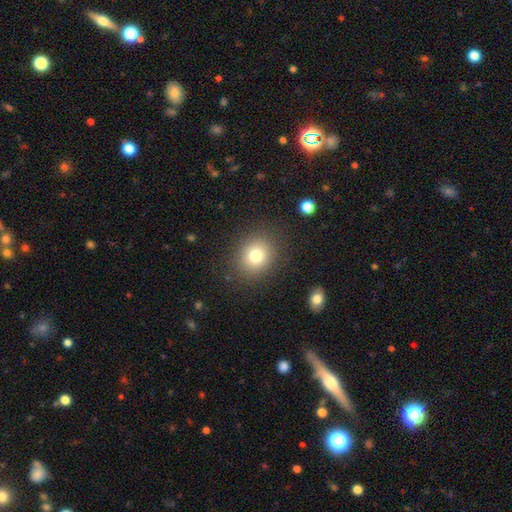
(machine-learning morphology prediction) Smooth or featured? smooth (78%)
How rounded? round (71%)
Merging? none (87%)